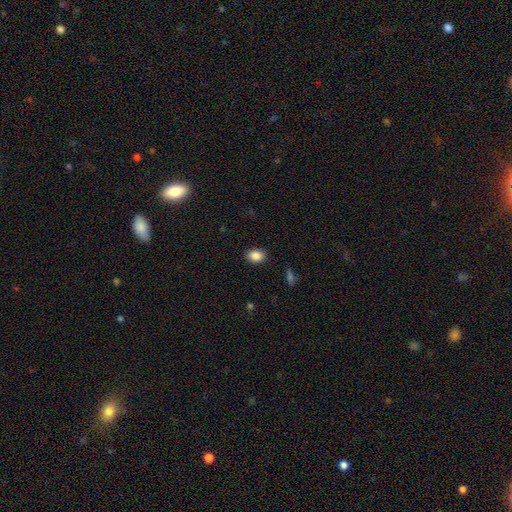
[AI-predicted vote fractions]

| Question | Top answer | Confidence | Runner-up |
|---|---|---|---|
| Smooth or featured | smooth | 87% | star or artifact (9%) |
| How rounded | in between | 76% | round (23%) |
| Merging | none | 88% | minor disturbance (9%) |